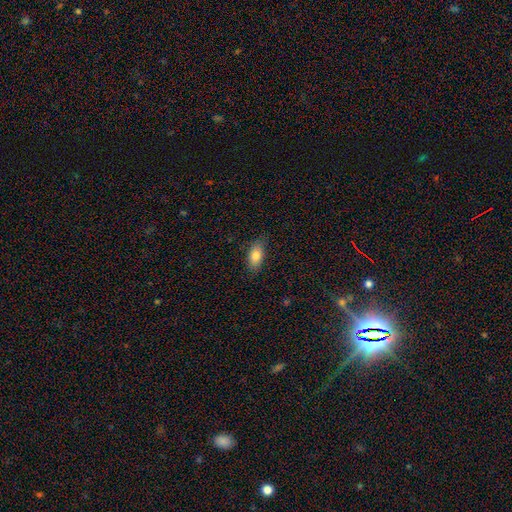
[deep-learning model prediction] A smooth galaxy with no disk features (80%) that is in between round and cigar-shaped (88%).

Vote fractions:
- Smooth or featured? smooth: 80% / featured or disk: 12% / star or artifact: 7%
- How rounded? in between: 88% / cigar-shaped: 8% / round: 4%
- Merging? none: 83% / minor disturbance: 14% / major disturbance: 3% / merger: 1%